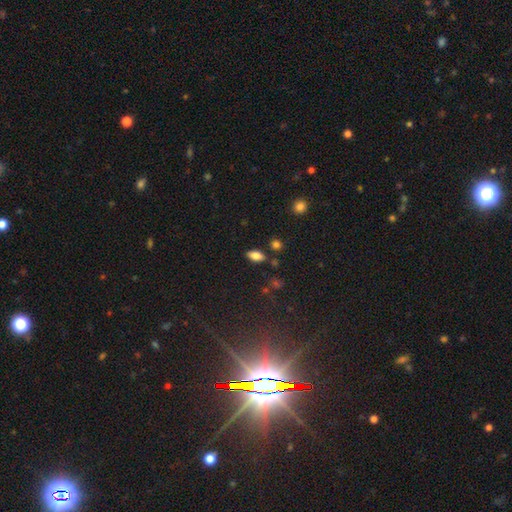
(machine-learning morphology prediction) Overall: smooth (82%). How rounded: in between (90%). Merging: none (82%).